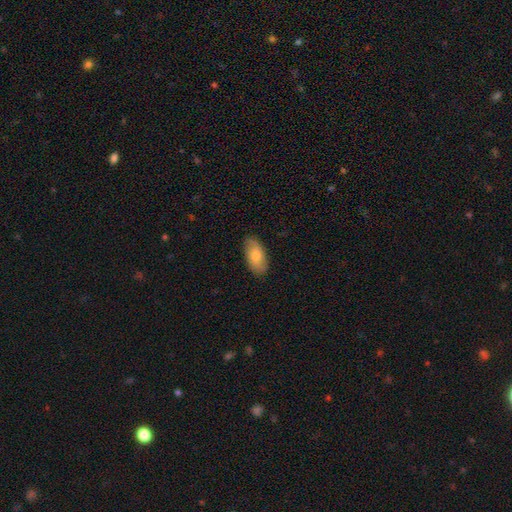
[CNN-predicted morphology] This appears to be a smooth galaxy with no disk features (70%) that is in between round and cigar-shaped (93%). Merging: none (84%).